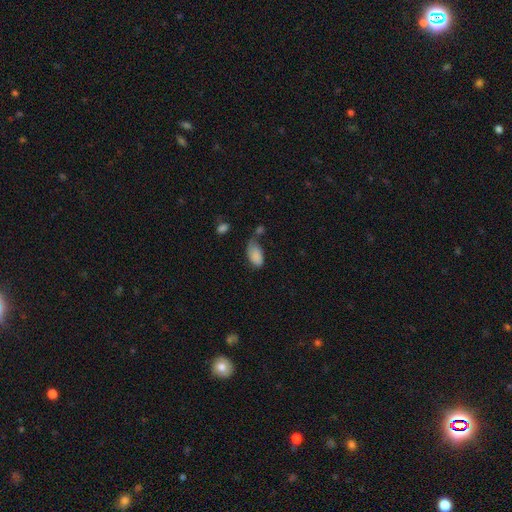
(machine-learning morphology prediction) smooth-or-featured: smooth: 84% | featured or disk: 9% | star or artifact: 8%
  how-rounded: in between: 94% | round: 4% | cigar-shaped: 2%
  merging: none: 39% | minor disturbance: 31% | major disturbance: 17% | merger: 13%